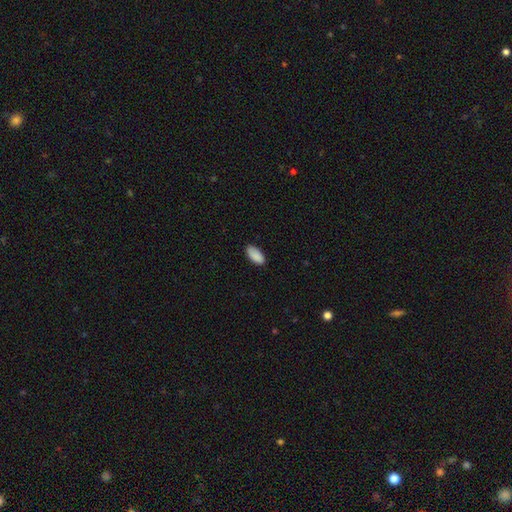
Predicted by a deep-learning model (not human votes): A smooth galaxy with no disk features (89%) that is in between round and cigar-shaped (92%). Merging: none (83%).